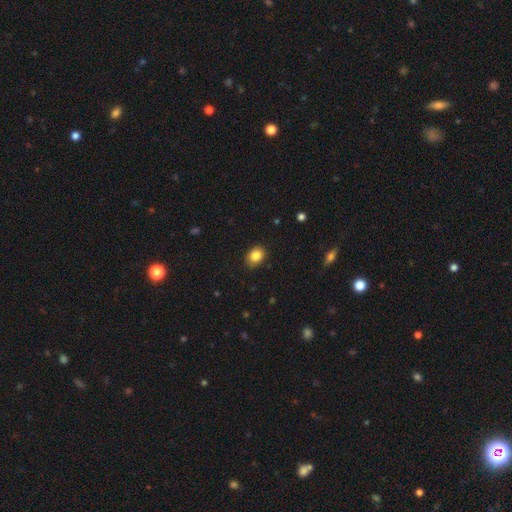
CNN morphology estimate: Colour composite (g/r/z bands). It shows a smooth galaxy with no disk features (86%) that is in between round and cigar-shaped (62%). Merging: none (87%).